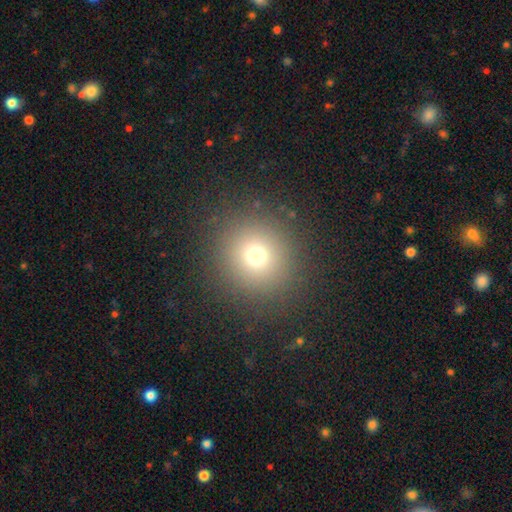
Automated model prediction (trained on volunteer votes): Q: Smooth or featured?
A: smooth (72%); runner-up: star or artifact (19%)
Q: How rounded?
A: round (93%); runner-up: in between (6%)
Q: Merging?
A: none (89%); runner-up: minor disturbance (6%)